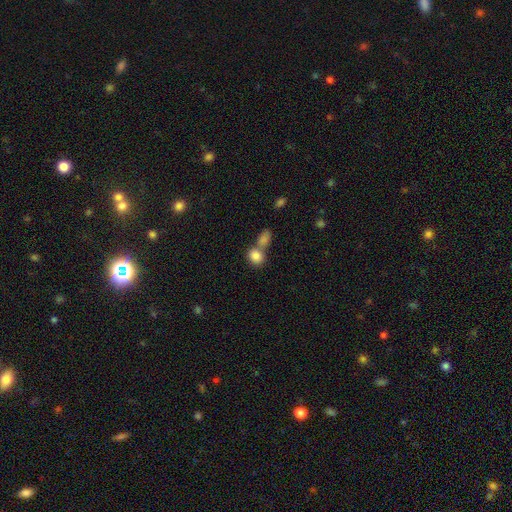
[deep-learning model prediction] The model was most divided on "how rounded": round: 51%, in between: 48%, cigar-shaped: 1%. Remaining: smooth or featured — smooth (85%); merging — merger (48%).